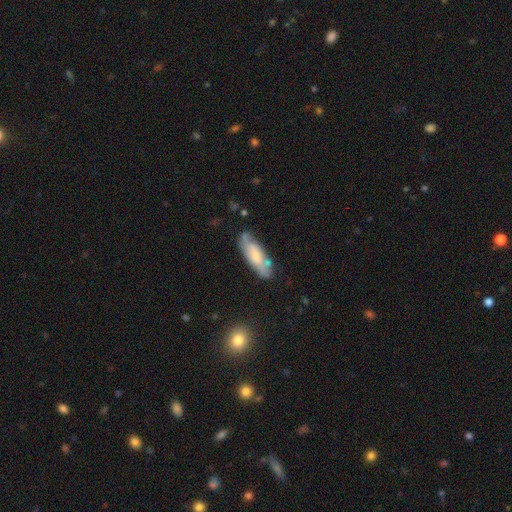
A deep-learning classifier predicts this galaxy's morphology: Smooth or featured? smooth (57%)
How rounded? in between (58%)
Merging? none (66%)